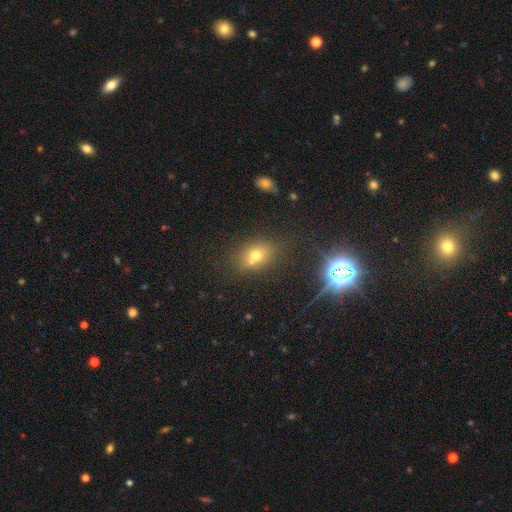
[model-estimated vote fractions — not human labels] This appears to be a smooth galaxy with no disk features (60%) that is in between round and cigar-shaped (61%). Merging: none (57%).